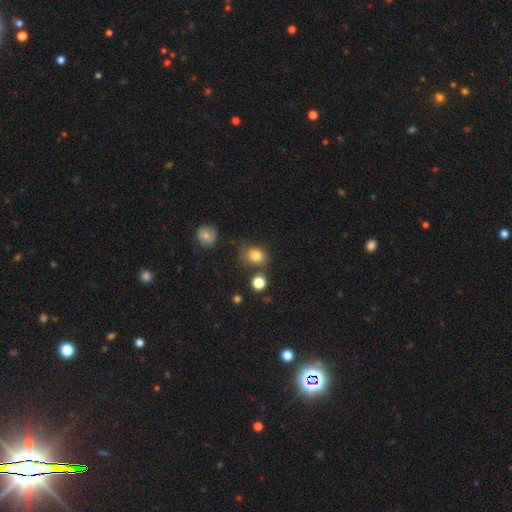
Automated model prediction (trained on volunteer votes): Morphology: type=smooth (81%); roundness=round (59%); merging=none (63%).